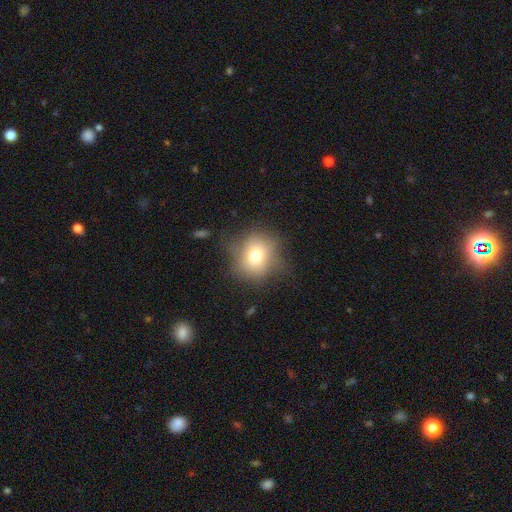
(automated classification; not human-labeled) This appears to be a smooth galaxy with no disk features (70%) that is round (79%). Merging: none (66%).